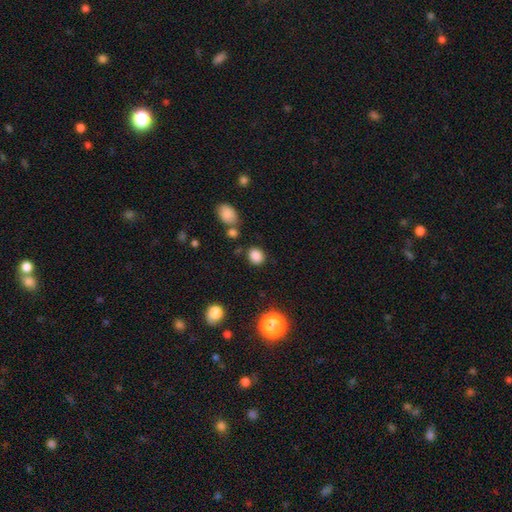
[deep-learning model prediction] A smooth galaxy with no disk features (84%) that is round (67%).

Vote fractions:
- Smooth or featured? smooth: 84% / star or artifact: 13% / featured or disk: 4%
- How rounded? round: 67% / in between: 32% / cigar-shaped: 1%
- Merging? none: 81% / minor disturbance: 11% / merger: 5% / major disturbance: 3%